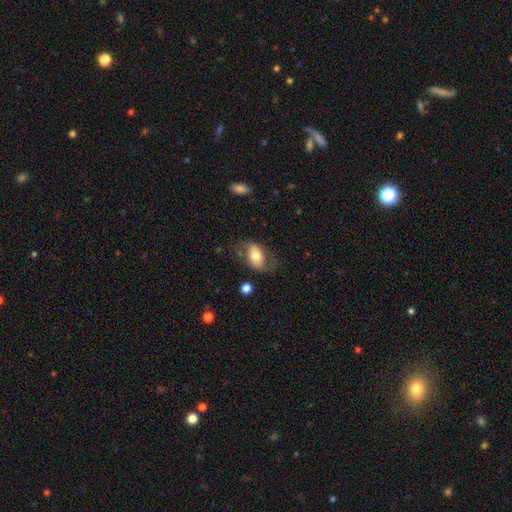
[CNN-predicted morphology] smooth-or-featured: smooth: 48% | featured or disk: 45% | star or artifact: 7%
  merging: none: 59% | minor disturbance: 22% | major disturbance: 17% | merger: 2%